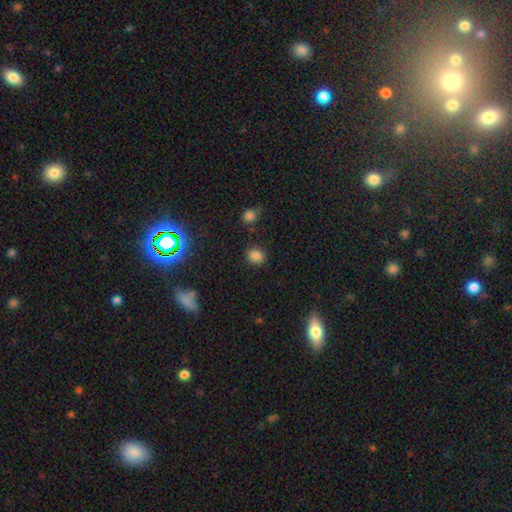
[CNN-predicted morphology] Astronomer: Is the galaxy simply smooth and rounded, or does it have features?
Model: smooth — 82%.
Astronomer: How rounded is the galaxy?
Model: round — 66%.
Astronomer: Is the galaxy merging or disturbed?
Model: none — 84%.